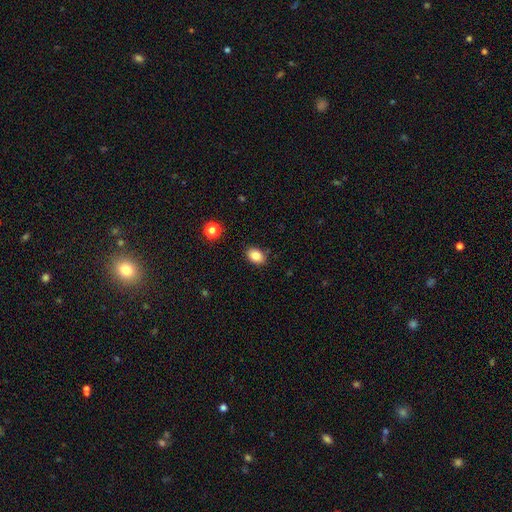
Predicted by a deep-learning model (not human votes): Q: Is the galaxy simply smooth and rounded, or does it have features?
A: smooth — 85%.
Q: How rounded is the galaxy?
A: in between — 78%.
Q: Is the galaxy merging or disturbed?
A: none — 87%.